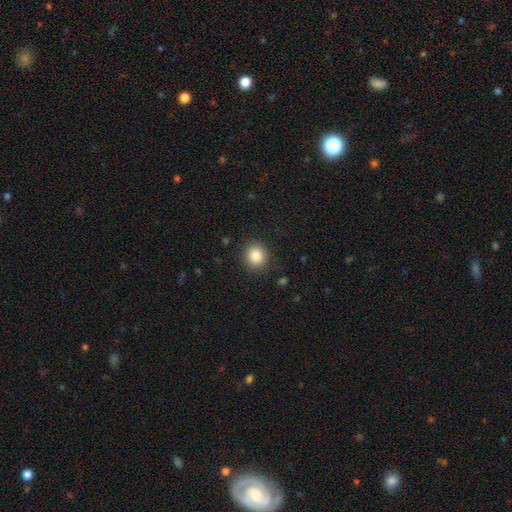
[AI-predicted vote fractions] Q: Smooth or featured?
A: smooth (85%); runner-up: star or artifact (10%)
Q: How rounded?
A: round (85%); runner-up: in between (14%)
Q: Merging?
A: none (89%); runner-up: minor disturbance (8%)